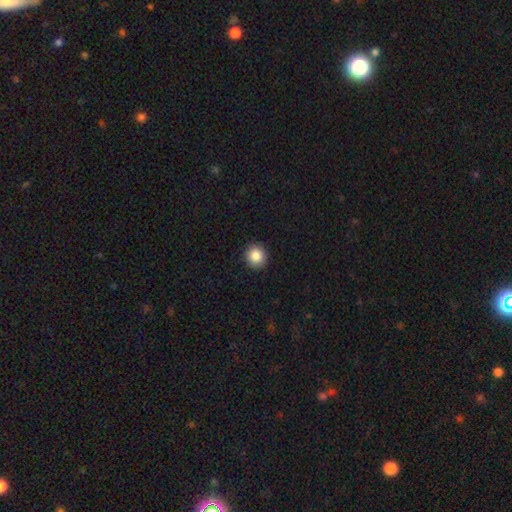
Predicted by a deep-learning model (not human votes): Smooth or featured? Predicted: smooth (p=0.86). How rounded? Predicted: round (p=0.91). Merging? Predicted: none (p=0.92).